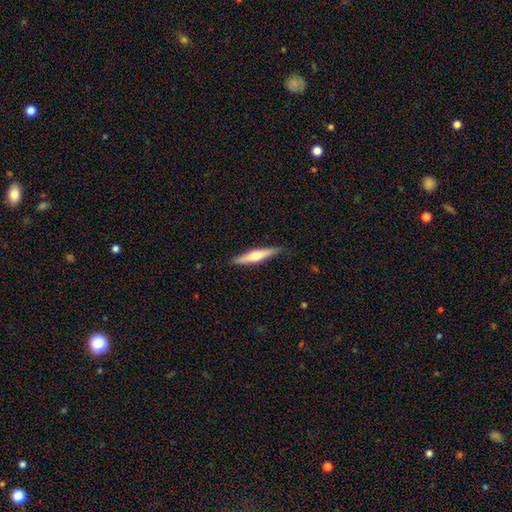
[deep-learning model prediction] This appears to be a featured or disk galaxy (51%) viewed edge-on (96%). Merging: none (88%).